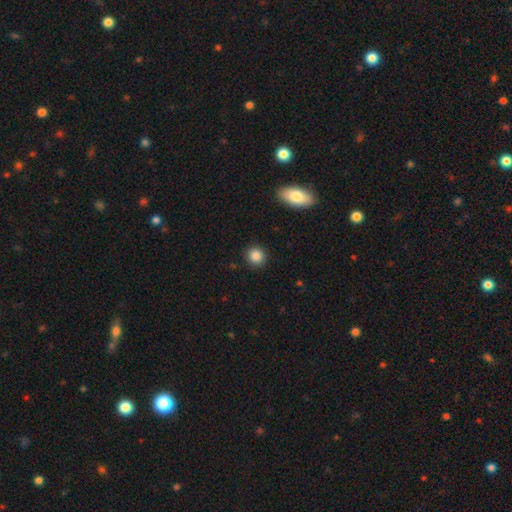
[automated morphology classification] Smooth or featured? Predicted: smooth (p=0.86). How rounded? Predicted: round (p=0.87). Merging? Predicted: none (p=0.91).